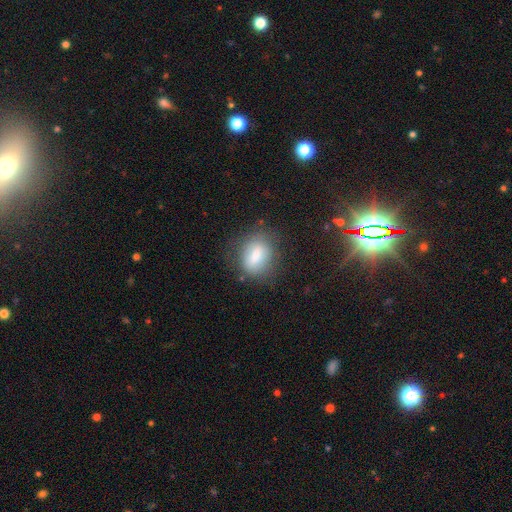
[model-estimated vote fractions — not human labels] Smooth or featured? smooth (74%)
How rounded? in between (68%)
Merging? none (69%)